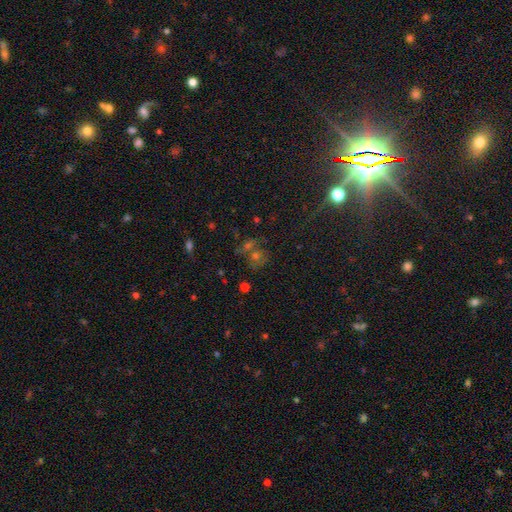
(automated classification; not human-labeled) A star or artifact, not a galaxy (45%).

Vote fractions:
- Smooth or featured? star or artifact: 45% / smooth: 33% / featured or disk: 22%